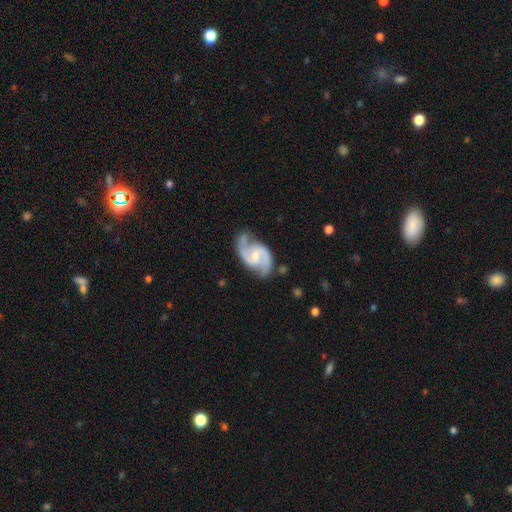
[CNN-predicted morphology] This is clearly a featured or disk galaxy (91%). It is clearly not viewed edge-on (98%). Bar: possibly weak (56%). Spiral arm pattern: clearly yes (98%). Spiral arm count: clearly 2 (93%). Spiral winding: possibly medium (58%). Central bulge: possibly small (53%). Merging: likely none (74%).